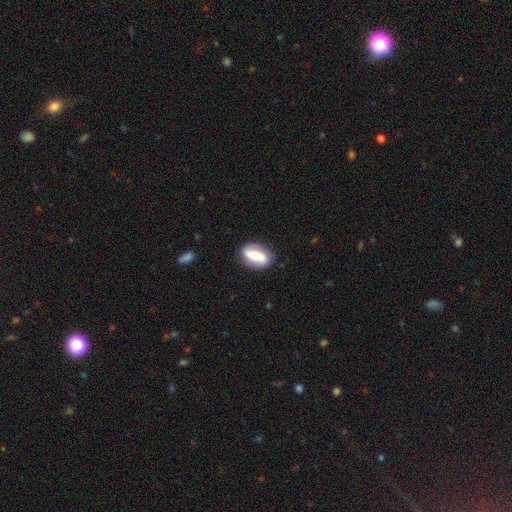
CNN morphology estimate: type=smooth (53%); roundness=in between (81%); merging=none (81%).